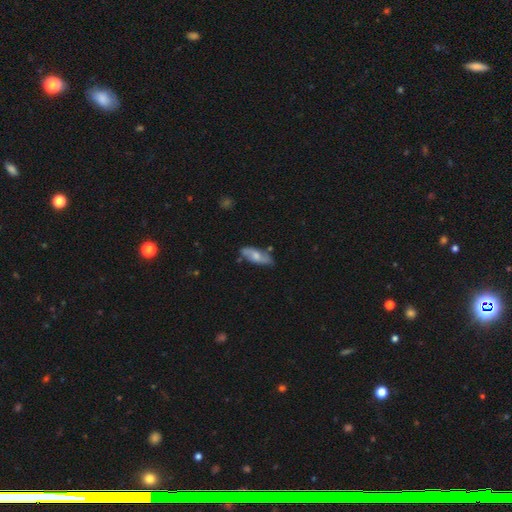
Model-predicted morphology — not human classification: Smooth or featured? smooth (50%)
Merging? none (73%)